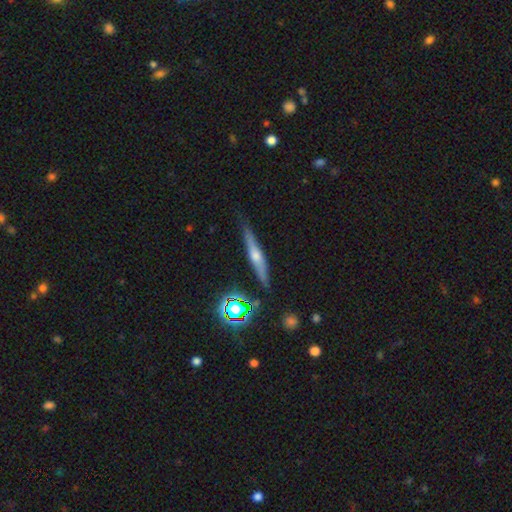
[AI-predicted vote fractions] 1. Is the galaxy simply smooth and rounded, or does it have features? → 60% featured or disk, 29% smooth, 11% star or artifact.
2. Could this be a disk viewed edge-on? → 96% yes, 4% no.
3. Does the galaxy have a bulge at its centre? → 85% rounded, 9% none, 6% boxy.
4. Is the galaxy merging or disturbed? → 85% none, 11% minor disturbance, 2% major disturbance, 2% merger.